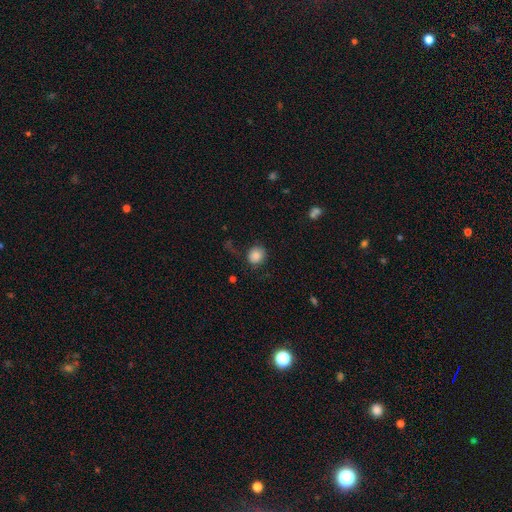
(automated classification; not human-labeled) smooth 85%, star or artifact 9%, featured or disk 6%. Down the decision tree: how rounded — round (80%); merging — none (75%).